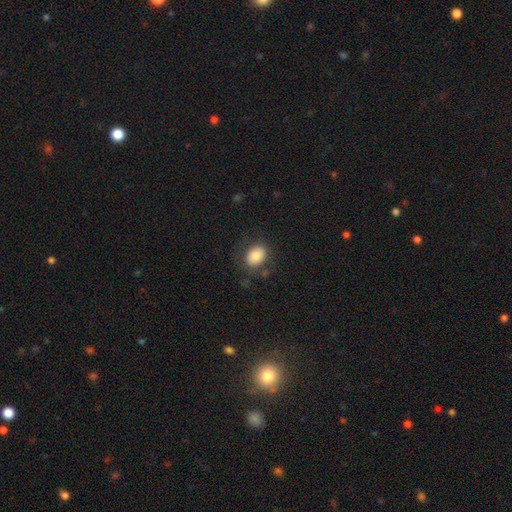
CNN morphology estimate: The model was most divided on "how rounded": in between: 61%, round: 38%, cigar-shaped: 1%. More confident: smooth or featured — smooth (81%); merging — none (77%).